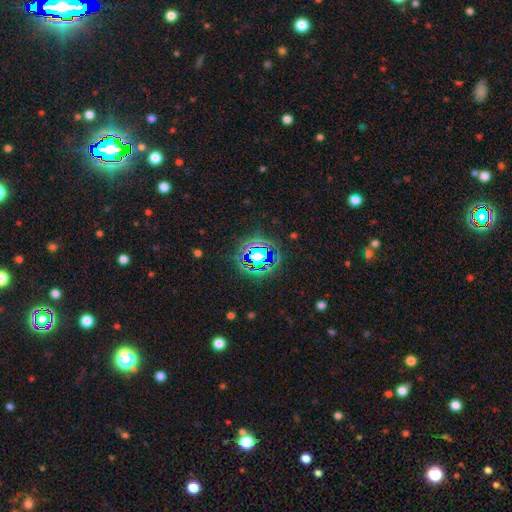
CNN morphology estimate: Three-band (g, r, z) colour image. It shows a star or artifact, not a galaxy (60%).